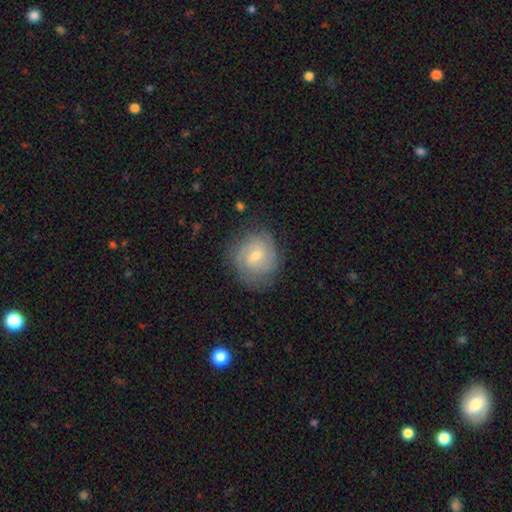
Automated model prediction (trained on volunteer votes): featured or disk 75%, smooth 18%, star or artifact 7%. Down the decision tree: edge-on disk — no (98%); bar — weak (51%); spiral arms — yes (94%); spiral arm count — 2 (30%); spiral winding — tight (68%); bulge size — small (56%); merging — none (79%).